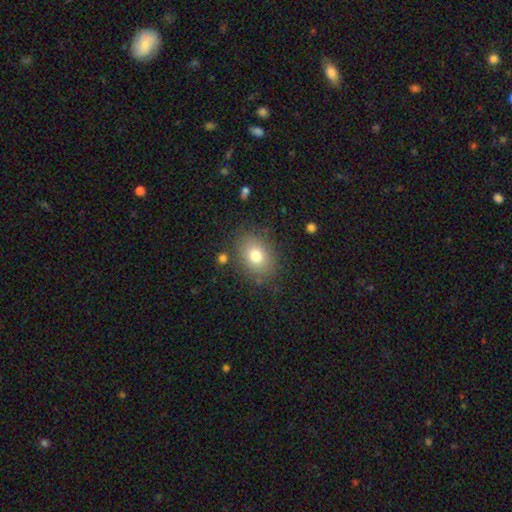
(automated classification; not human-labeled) Smooth or featured: smooth — 77% (featured or disk — 12%)
How rounded: in between — 61% (round — 38%)
Merging: none — 83% (minor disturbance — 11%)